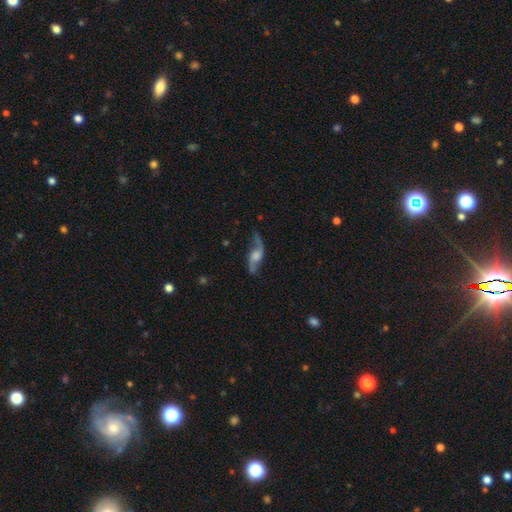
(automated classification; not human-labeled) Overall: featured or disk (82%). Edge-on disk: no (88%). Bar: no (55%; weak 36%). Spiral arms: yes (95%). Spiral arm count: 2 (93%). Spiral winding: loose (83%). Bulge size: moderate (31%; large 27%). Merging: none (73%).